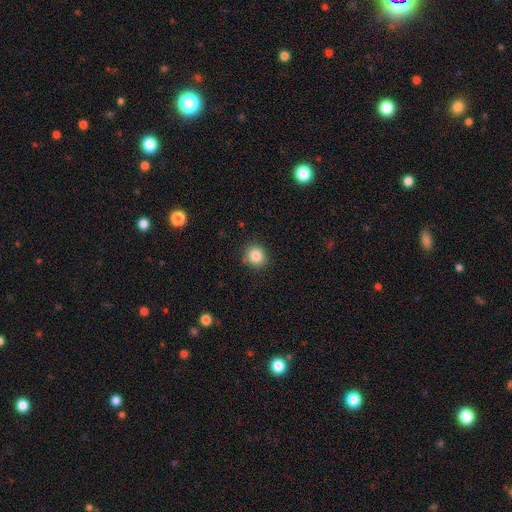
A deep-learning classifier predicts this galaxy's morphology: smooth 85%, star or artifact 10%, featured or disk 5%. Down the decision tree: how rounded — round (82%); merging — none (87%).